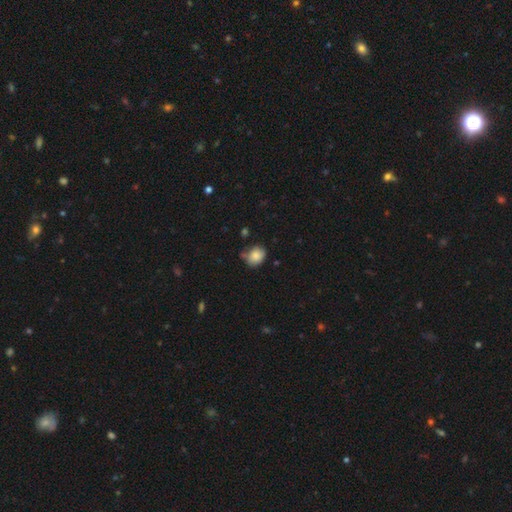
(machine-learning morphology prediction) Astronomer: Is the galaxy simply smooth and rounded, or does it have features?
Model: smooth — 84%.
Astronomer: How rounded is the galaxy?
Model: round — 66%.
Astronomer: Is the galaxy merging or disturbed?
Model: none — 59%.